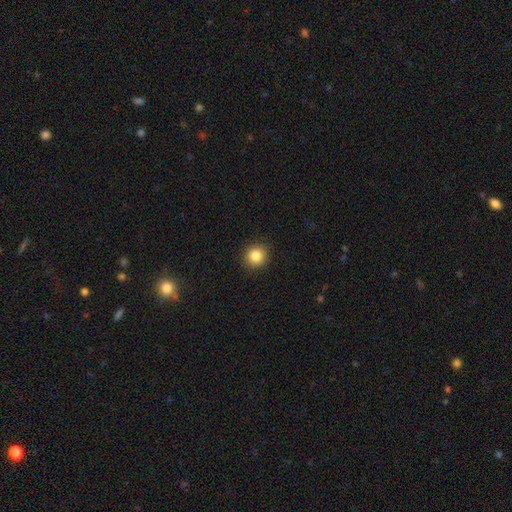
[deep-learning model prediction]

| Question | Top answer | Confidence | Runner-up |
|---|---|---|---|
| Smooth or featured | smooth | 84% | star or artifact (10%) |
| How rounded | round | 90% | in between (9%) |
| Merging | none | 91% | minor disturbance (6%) |